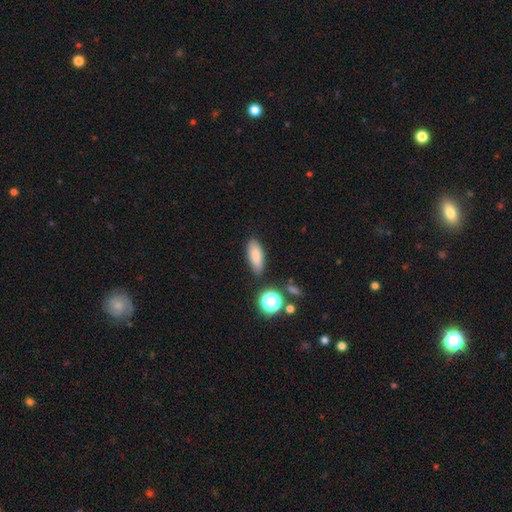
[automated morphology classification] Smooth or featured? smooth (82%)
How rounded? in between (71%)
Merging? none (81%)